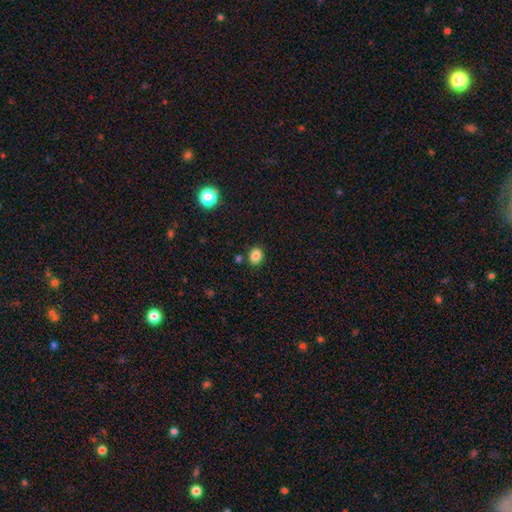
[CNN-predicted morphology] A smooth galaxy with no disk features (84%) that is in between round and cigar-shaped (50%).

Vote fractions:
- Smooth or featured? smooth: 84% / star or artifact: 11% / featured or disk: 5%
- How rounded? in between: 50% / round: 49% / cigar-shaped: 1%
- Merging? none: 84% / minor disturbance: 9% / merger: 4% / major disturbance: 2%